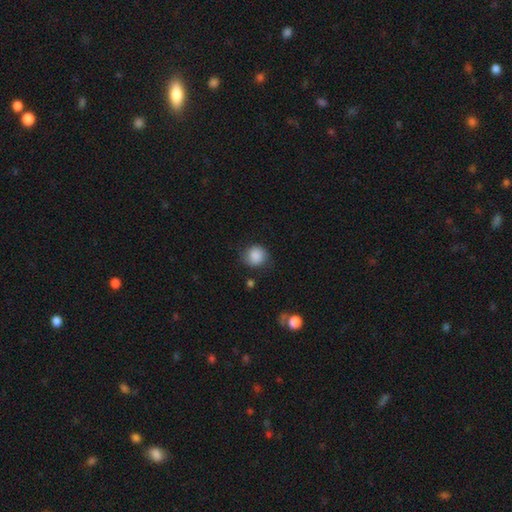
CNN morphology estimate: This is clearly a smooth galaxy (84%). How rounded: clearly round (86%). Merging: likely none (71%).